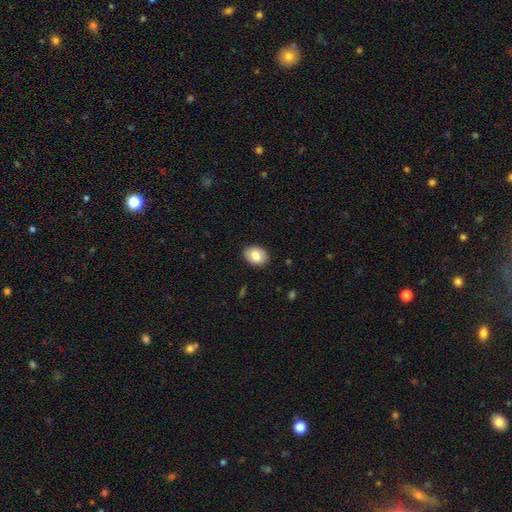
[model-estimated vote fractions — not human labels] smooth-or-featured: smooth: 82% | featured or disk: 12% | star or artifact: 7%
  how-rounded: in between: 71% | round: 28% | cigar-shaped: 1%
  merging: none: 88% | minor disturbance: 9% | major disturbance: 2% | merger: 1%